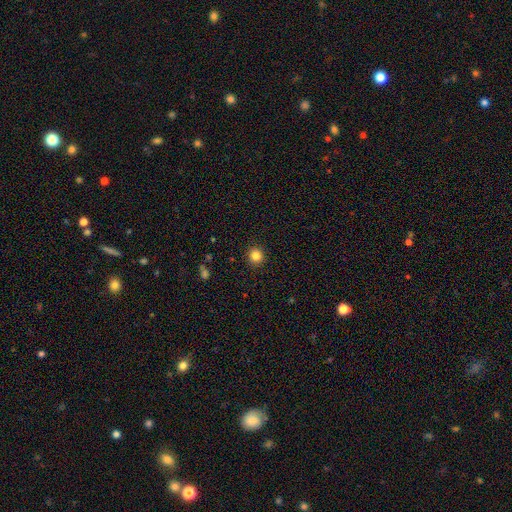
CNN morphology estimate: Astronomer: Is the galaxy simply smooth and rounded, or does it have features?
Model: smooth — 84%.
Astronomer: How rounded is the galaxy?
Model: round — 93%.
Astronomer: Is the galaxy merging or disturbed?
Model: none — 92%.